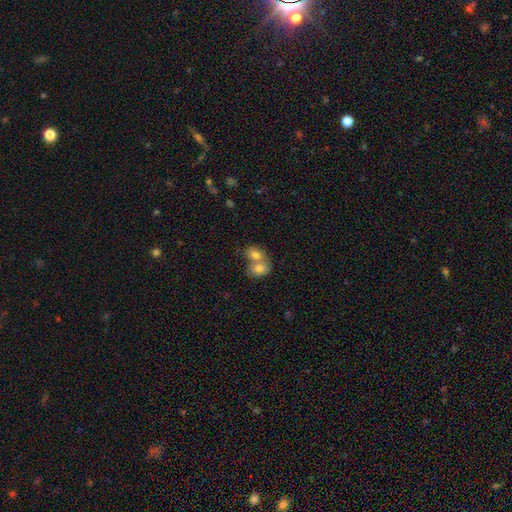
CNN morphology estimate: smooth_or_featured: smooth (p=0.73) [alt: featured or disk p=0.17]
how_rounded: in between (p=0.59) [alt: round p=0.39]
merging: merger (p=0.71) [alt: none p=0.21]